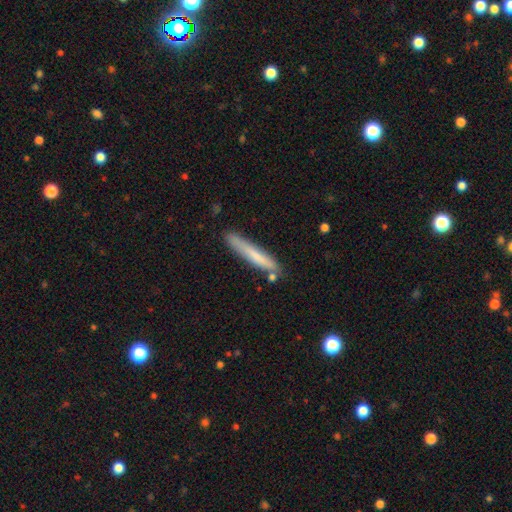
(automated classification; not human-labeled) A smooth galaxy with no disk features (68%) that is cigar-shaped (94%). Merging: none (77%).